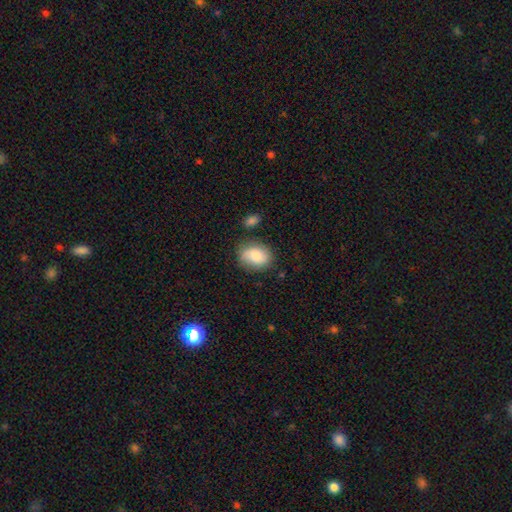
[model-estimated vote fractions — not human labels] This is likely a smooth galaxy (79%). How rounded: likely in between (71%). Merging: likely none (74%).